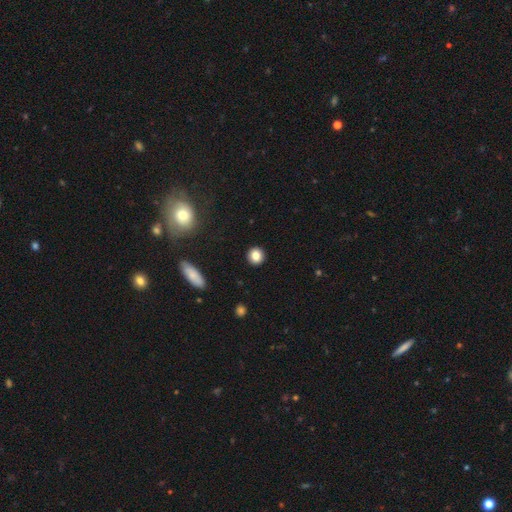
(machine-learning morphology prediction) smooth-or-featured: smooth: 84% | star or artifact: 10% | featured or disk: 6%
  how-rounded: round: 90% | in between: 9% | cigar-shaped: 1%
  merging: none: 92% | minor disturbance: 5% | major disturbance: 2% | merger: 1%